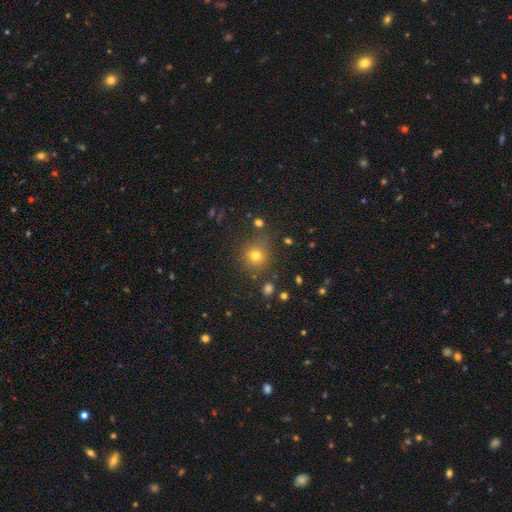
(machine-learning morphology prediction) smooth 72%, star or artifact 19%, featured or disk 9%. Down the decision tree: how rounded — round (88%); merging — none (80%).